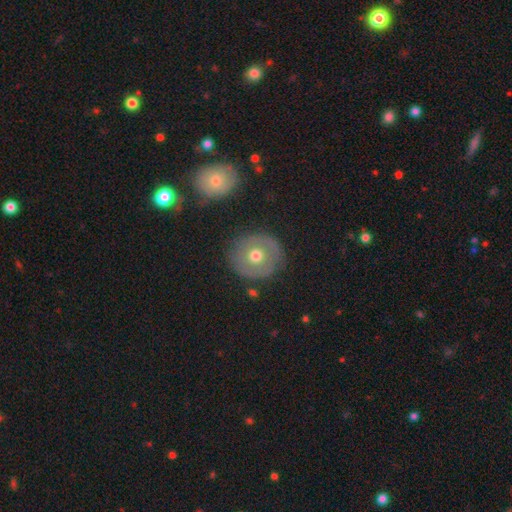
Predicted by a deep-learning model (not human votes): This is possibly a smooth galaxy (49%). Merging: clearly none (83%).